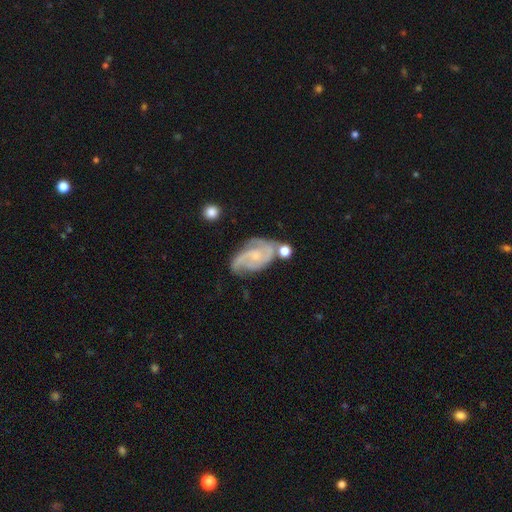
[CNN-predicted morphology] smooth_or_featured: featured or disk (p=0.85) [alt: smooth p=0.09]
disk_edge_on: no (p=0.97) [alt: yes p=0.03]
bar: no (p=0.60) [alt: weak p=0.34]
has_spiral_arms: yes (p=0.97) [alt: no p=0.03]
spiral_winding: medium (p=0.46) [alt: tight p=0.42]
spiral_arm_count: 2 (p=0.49) [alt: 3 p=0.28]
bulge_size: small (p=0.65) [alt: moderate p=0.22]
merging: none (p=0.58) [alt: minor disturbance p=0.23]